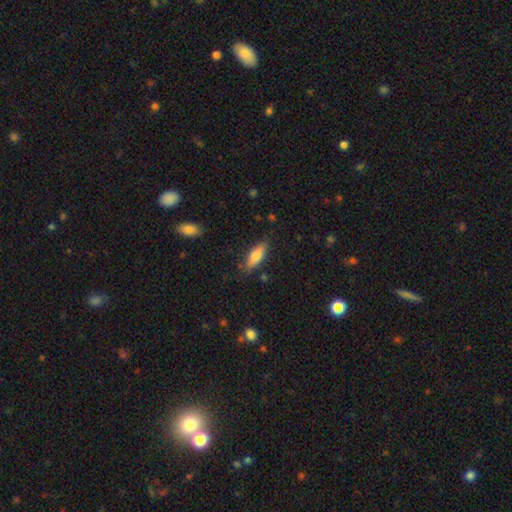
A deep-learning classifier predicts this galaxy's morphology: Smooth or featured: smooth — 73% (featured or disk — 20%)
How rounded: in between — 55% (cigar-shaped — 43%)
Merging: none — 81% (minor disturbance — 14%)